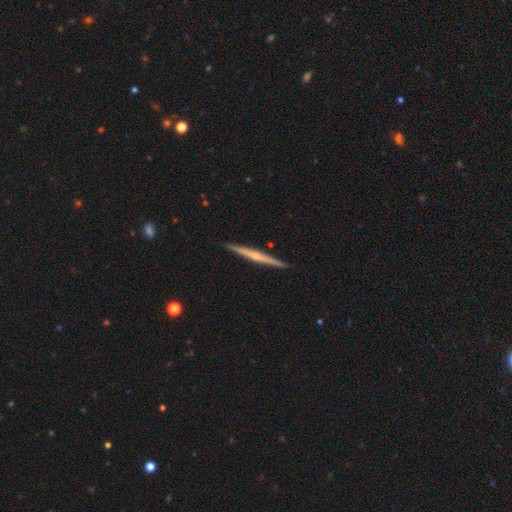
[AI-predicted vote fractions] Q: Smooth or featured?
A: featured or disk (70%); runner-up: smooth (25%)
Q: Edge-on disk?
A: yes (98%); runner-up: no (2%)
Q: Edge-on bulge?
A: rounded (49%); runner-up: none (41%)
Q: Merging?
A: none (92%); runner-up: minor disturbance (5%)